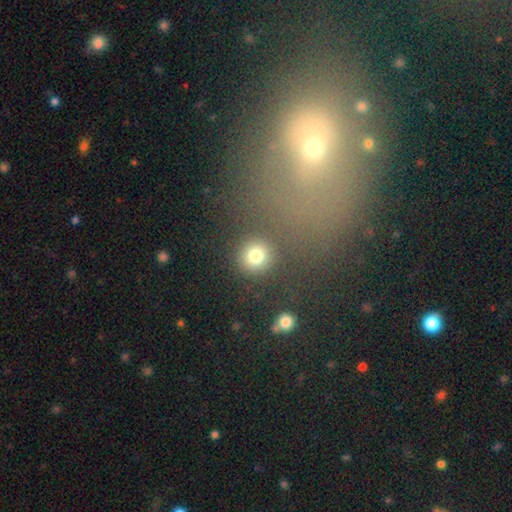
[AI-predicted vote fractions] A smooth galaxy with no disk features (78%) that is round (91%).

Vote fractions:
- Smooth or featured? smooth: 78% / star or artifact: 14% / featured or disk: 7%
- How rounded? round: 91% / in between: 8% / cigar-shaped: 1%
- Merging? none: 85% / minor disturbance: 7% / merger: 4% / major disturbance: 4%